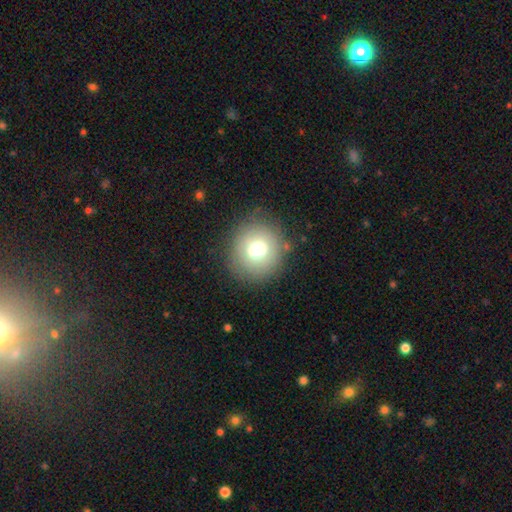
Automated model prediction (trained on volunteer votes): Overall: smooth (55%; star or artifact 25%). How rounded: round (92%). Merging: none (88%).